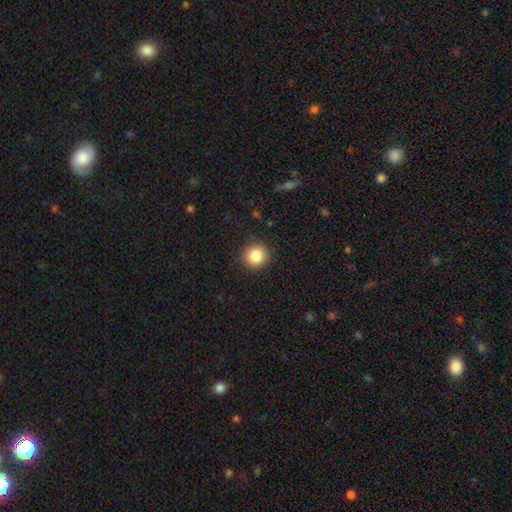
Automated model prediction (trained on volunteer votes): Smooth or featured?
  - smooth: 86% *
  - star or artifact: 9%
  - featured or disk: 5%
How rounded?
  - round: 89% *
  - in between: 10%
  - cigar-shaped: 1%
Merging?
  - none: 89% *
  - minor disturbance: 7%
  - major disturbance: 2%
  - merger: 1%